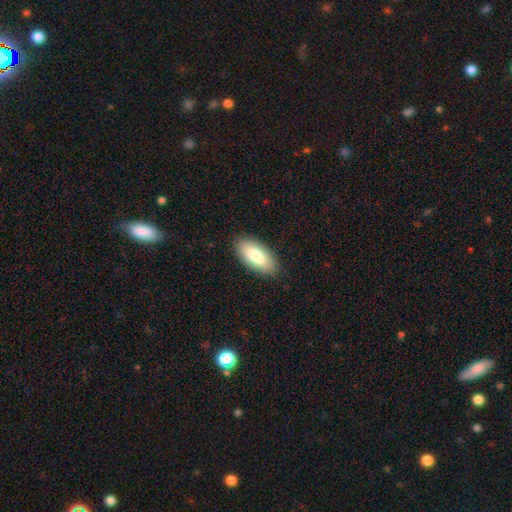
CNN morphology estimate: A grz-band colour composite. It shows a smooth galaxy with no disk features (79%) that is in between round and cigar-shaped (89%). Merging: none (88%).